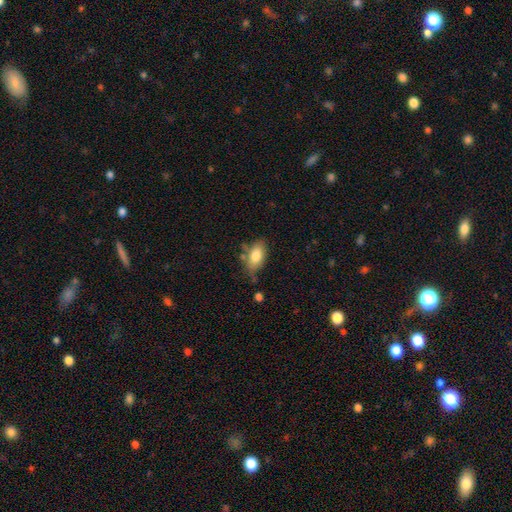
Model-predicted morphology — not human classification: smooth 79%, featured or disk 14%, star or artifact 7%. Down the decision tree: how rounded — in between (90%); merging — none (62%).